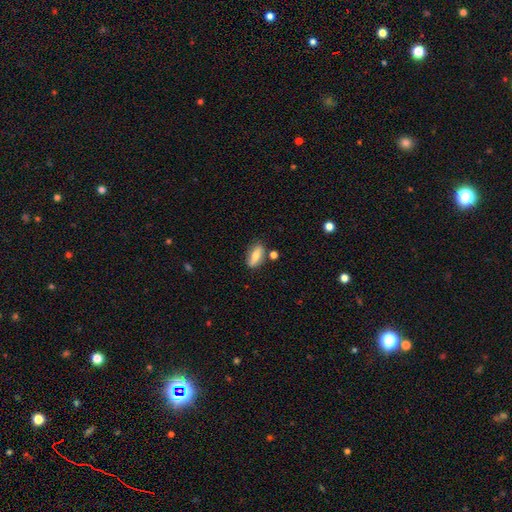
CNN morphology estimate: A smooth galaxy with no disk features (68%) that is in between round and cigar-shaped (78%).

Vote fractions:
- Smooth or featured? smooth: 68% / featured or disk: 25% / star or artifact: 7%
- How rounded? in between: 78% / cigar-shaped: 17% / round: 5%
- Merging? none: 75% / minor disturbance: 15% / merger: 7% / major disturbance: 3%